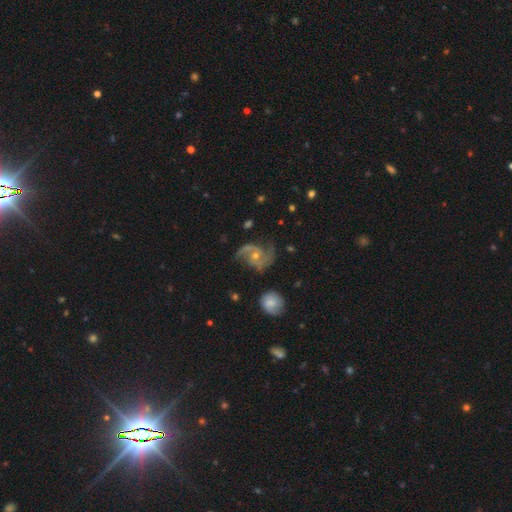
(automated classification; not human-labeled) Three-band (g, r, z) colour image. It shows a featured or disk galaxy (89%) with no bar (62%), 2 (79%) medium (52%) spiral arms (98%) and a small central bulge (51%). Merging: none (70%).